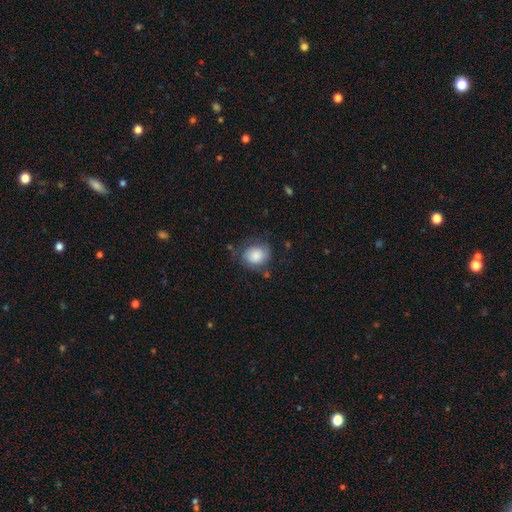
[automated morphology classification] A smooth galaxy with no disk features (76%) that is round (67%). Merging: none (61%).